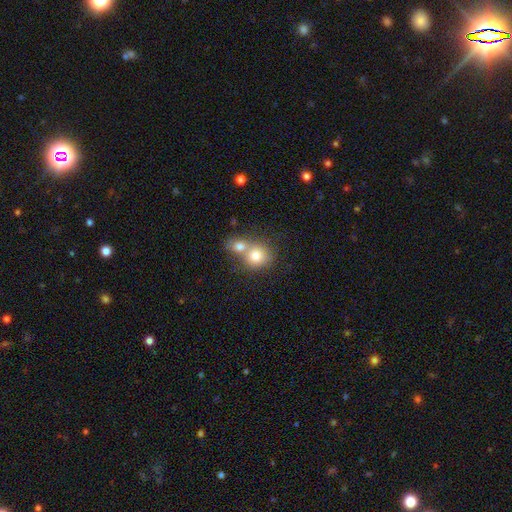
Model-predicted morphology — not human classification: The model was most divided on "merging": merger: 61%, none: 30%, minor disturbance: 6%, major disturbance: 3%. More confident: how rounded — round (80%); smooth or featured — smooth (77%).